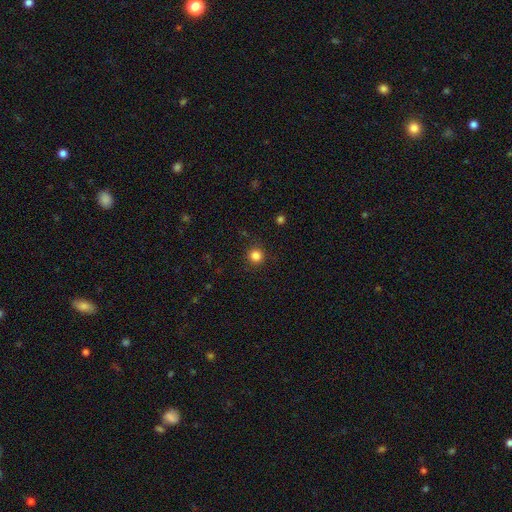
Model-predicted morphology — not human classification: A smooth galaxy with no disk features (84%) that is round (94%).

Vote fractions:
- Smooth or featured? smooth: 84% / star or artifact: 12% / featured or disk: 4%
- How rounded? round: 94% / in between: 5% / cigar-shaped: 1%
- Merging? none: 90% / minor disturbance: 6% / major disturbance: 2% / merger: 1%